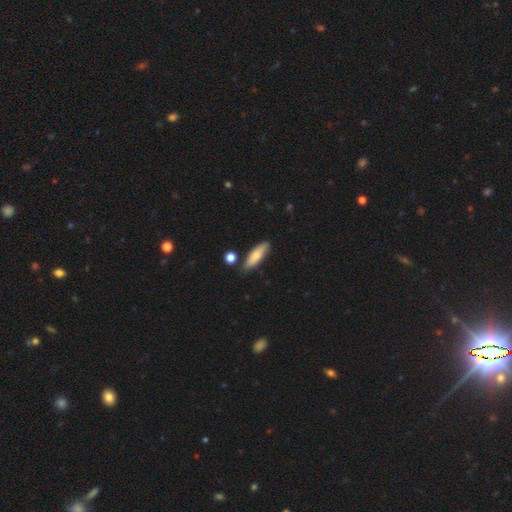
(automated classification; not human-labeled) Q: Smooth or featured?
A: smooth (74%); runner-up: featured or disk (19%)
Q: How rounded?
A: cigar-shaped (55%); runner-up: in between (43%)
Q: Merging?
A: none (79%); runner-up: minor disturbance (13%)